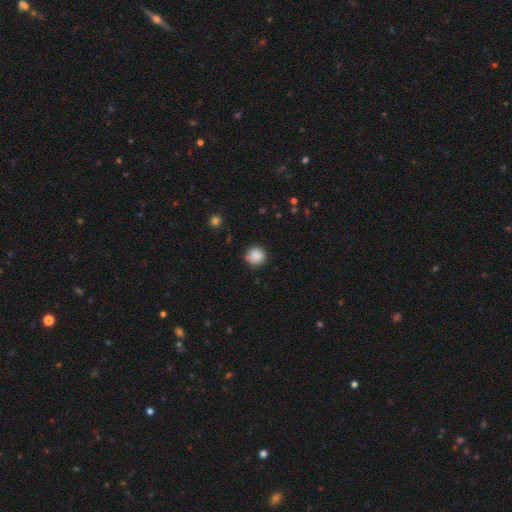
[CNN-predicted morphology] A smooth galaxy with no disk features (87%) that is round (94%). Merging: none (85%).